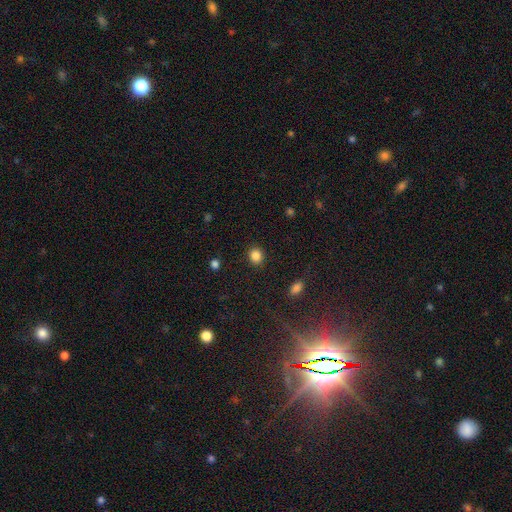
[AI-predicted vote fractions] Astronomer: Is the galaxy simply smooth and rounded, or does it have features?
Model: smooth — 86%.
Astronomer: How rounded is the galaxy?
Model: round — 79%.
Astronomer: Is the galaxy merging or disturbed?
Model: none — 90%.